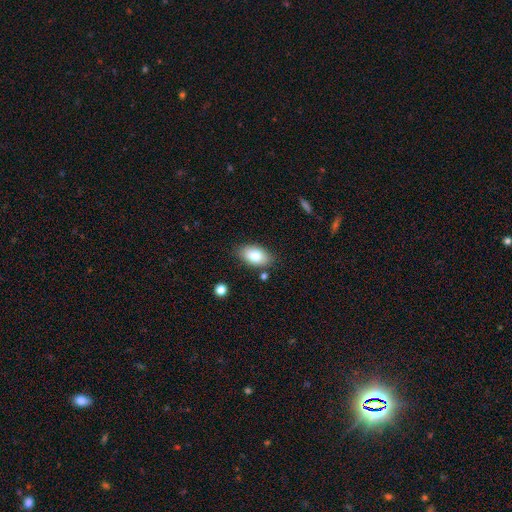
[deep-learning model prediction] A smooth galaxy with no disk features (80%) that is in between round and cigar-shaped (91%).

Vote fractions:
- Smooth or featured? smooth: 80% / featured or disk: 13% / star or artifact: 7%
- How rounded? in between: 91% / round: 7% / cigar-shaped: 2%
- Merging? none: 81% / minor disturbance: 13% / merger: 3% / major disturbance: 3%